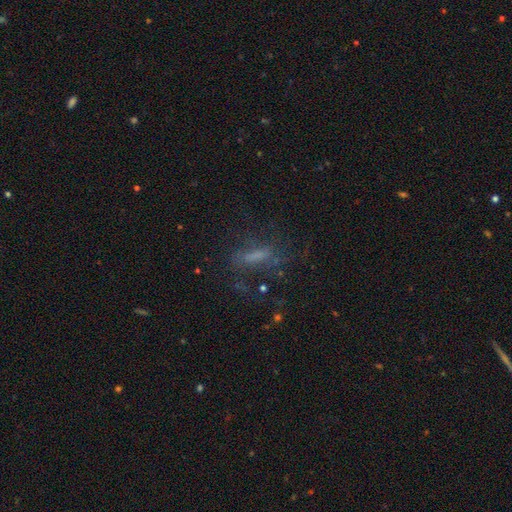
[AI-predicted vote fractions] This appears to be a smooth galaxy with no disk features (40%). Merging: none (58%).